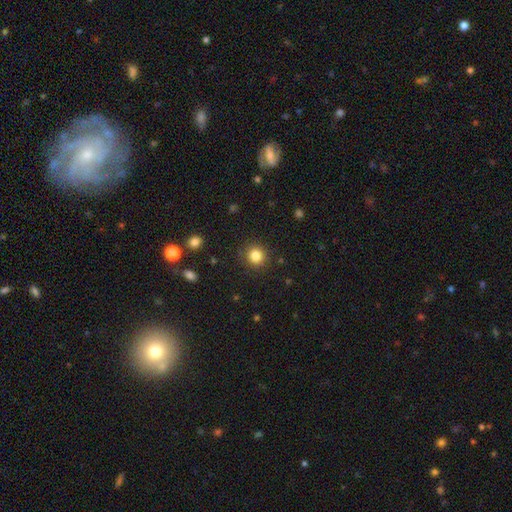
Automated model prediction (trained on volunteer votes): smooth_or_featured: smooth (p=0.84) [alt: star or artifact p=0.11]
how_rounded: round (p=0.90) [alt: in between p=0.09]
merging: none (p=0.90) [alt: minor disturbance p=0.07]